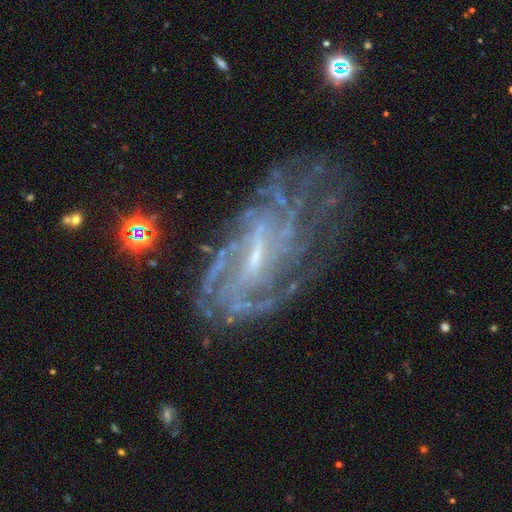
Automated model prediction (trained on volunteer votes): A featured or disk galaxy (84%) with a weak bar (48%), tight (57%) spiral arms (93%) and a small central bulge (67%).

Vote fractions:
- Smooth or featured? featured or disk: 84% / star or artifact: 9% / smooth: 6%
- Edge-on disk? no: 95% / yes: 5%
- Bar? weak: 48% / strong: 31% / no: 21%
- Spiral arms? yes: 93% / no: 7%
- Spiral winding? tight: 57% / medium: 33% / loose: 10%
- Spiral arm count? can't tell: 38% / 4: 19% / more than 4: 14% / 3: 12% / 2: 11% / 1: 7%
- Bulge size? small: 67% / moderate: 19% / none: 11% / large: 2% / dominant: 1%
- Merging? none: 62% / minor disturbance: 20% / major disturbance: 15% / merger: 3%